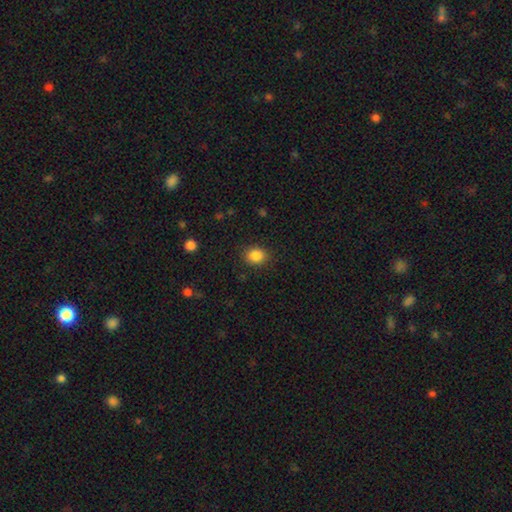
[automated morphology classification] Q: Smooth or featured?
A: smooth (86%); runner-up: star or artifact (10%)
Q: How rounded?
A: round (61%); runner-up: in between (38%)
Q: Merging?
A: none (87%); runner-up: minor disturbance (9%)